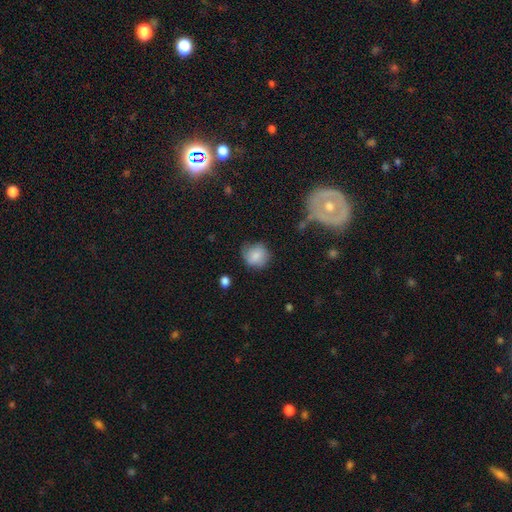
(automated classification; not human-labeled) This is clearly a smooth galaxy (81%). How rounded: clearly round (85%). Merging: likely none (69%).